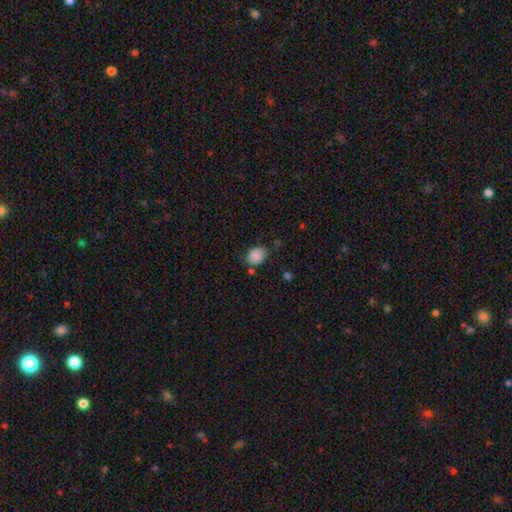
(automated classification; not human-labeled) This is clearly a smooth galaxy (86%). How rounded: possibly in between (55%). Merging: likely none (66%).